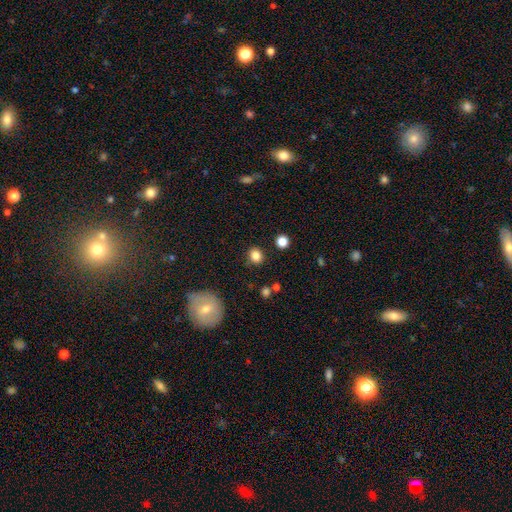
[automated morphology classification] This appears to be a smooth galaxy with no disk features (83%) that is round (74%). Merging: none (86%).